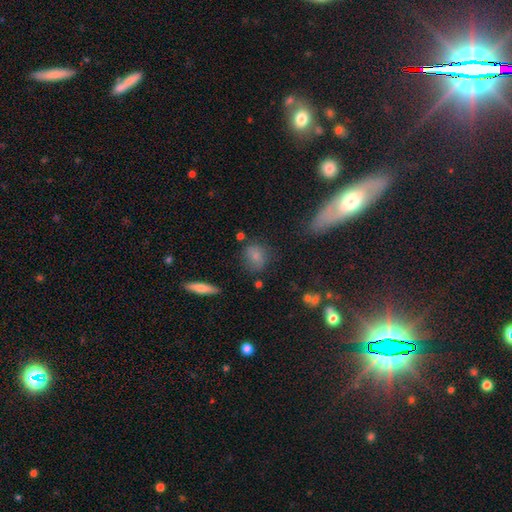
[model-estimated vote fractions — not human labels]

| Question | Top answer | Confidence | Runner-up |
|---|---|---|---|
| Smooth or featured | smooth | 75% | star or artifact (13%) |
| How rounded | in between | 49% | tied: round (49%) |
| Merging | none | 67% | minor disturbance (21%) |